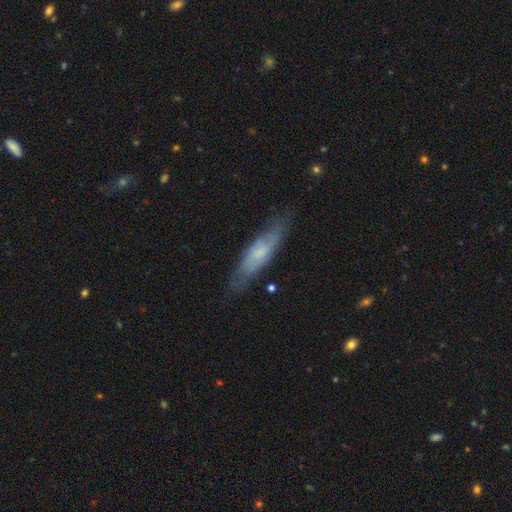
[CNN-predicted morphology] The model was most divided on "smooth or featured" (2-way tie): smooth: 46%, featured or disk: 46%, star or artifact: 8%. More confident: merging — none (80%).